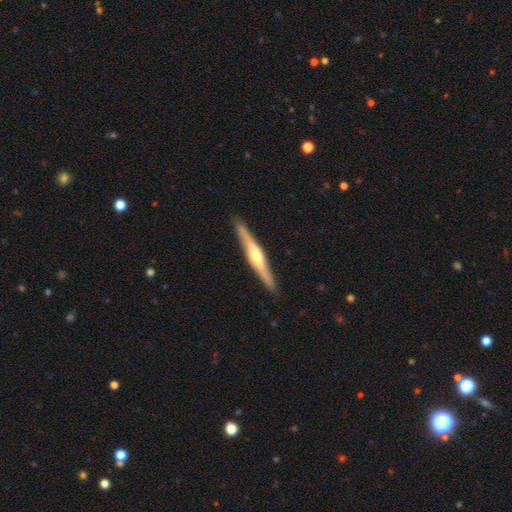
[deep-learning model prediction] This is likely a featured or disk galaxy (68%). It is clearly viewed edge-on (96%). Edge-on bulge: clearly rounded (85%). Merging: clearly none (90%).